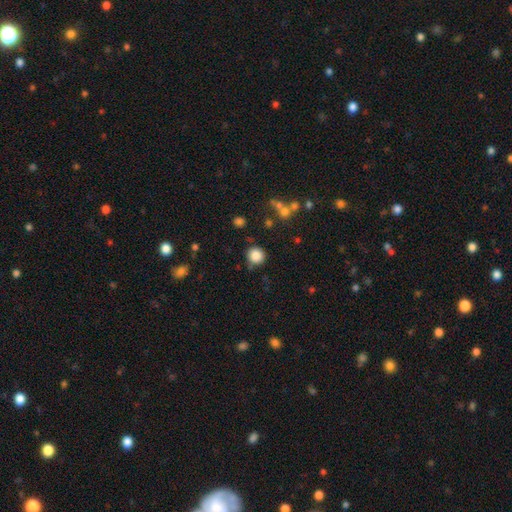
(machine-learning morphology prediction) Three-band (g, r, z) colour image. It shows a smooth galaxy with no disk features (85%) that is round (92%). Merging: none (85%).